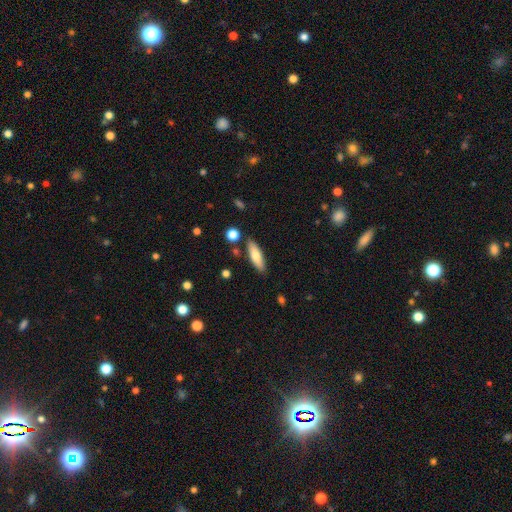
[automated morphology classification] Q: Smooth or featured?
A: smooth (74%); runner-up: featured or disk (20%)
Q: How rounded?
A: cigar-shaped (50%); runner-up: in between (48%)
Q: Merging?
A: none (83%); runner-up: minor disturbance (11%)